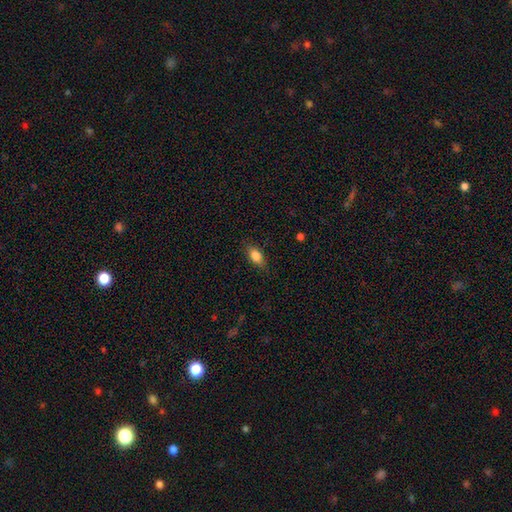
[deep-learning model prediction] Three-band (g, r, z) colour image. It shows a smooth galaxy with no disk features (82%) that is in between round and cigar-shaped (83%). Merging: none (82%).